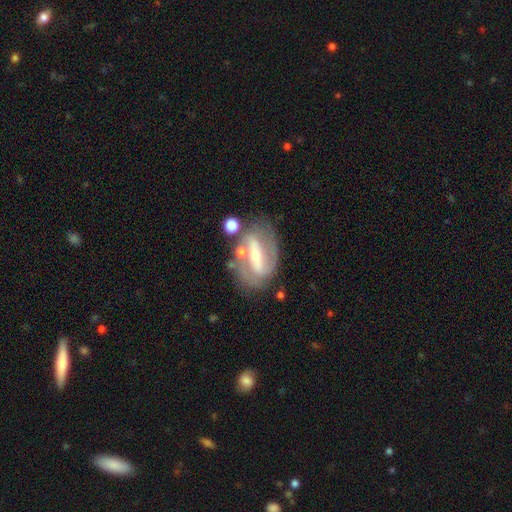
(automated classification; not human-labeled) Overall: featured or disk (73%). Edge-on disk: no (87%). Bar: strong (56%; weak 30%). Spiral arms: yes (73%). Bulge size: small (51%; moderate 35%). Merging: none (63%).